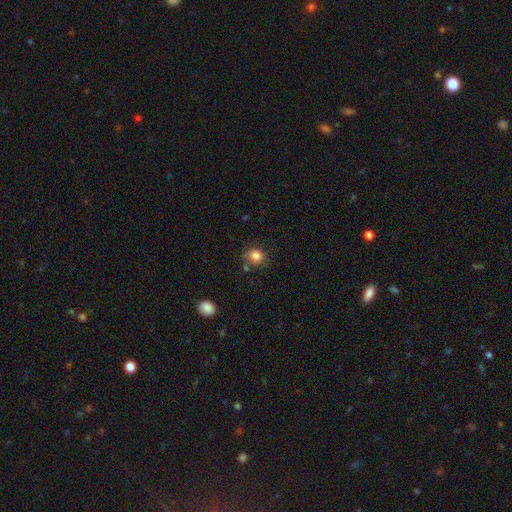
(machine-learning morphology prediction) type=smooth (84%); roundness=round (78%); merging=none (74%).